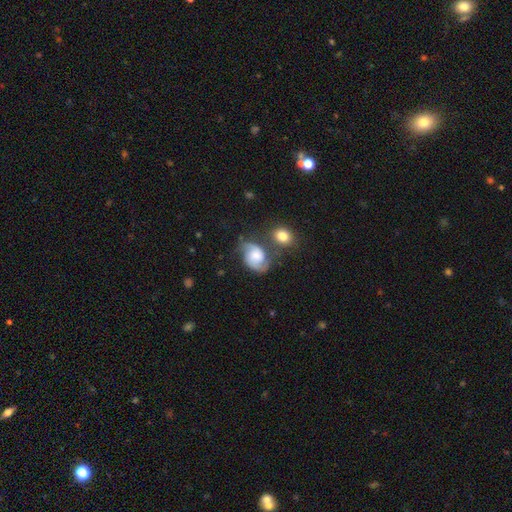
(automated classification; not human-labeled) smooth-or-featured: featured or disk: 68% | smooth: 24% | star or artifact: 8%
  disk-edge-on: no: 97% | yes: 3%
    bar: no: 60% | weak: 34% | strong: 6%
    has-spiral-arms: yes: 92% | no: 8%
      spiral-winding: medium: 50% | loose: 27% | tight: 23%
      spiral-arm-count: 2: 87% | can't tell: 6% | 1: 3% | 3: 1% | 4: 1% | more than 4: 1%
    bulge-size: moderate: 43% | small: 26% | large: 18% | none: 9% | dominant: 3%
  merging: none: 52% | minor disturbance: 23% | merger: 14% | major disturbance: 11%